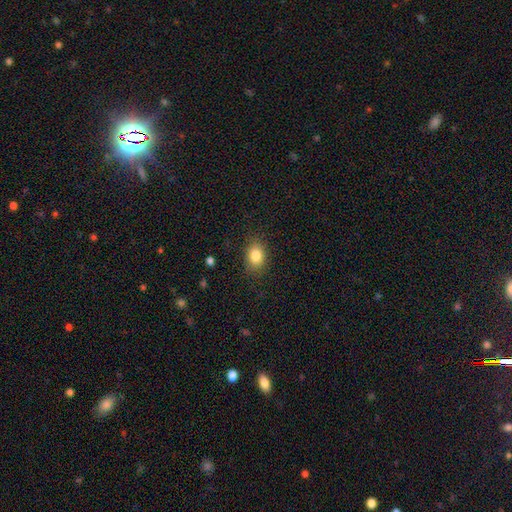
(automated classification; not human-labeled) Smooth or featured?
  - smooth: 84% *
  - star or artifact: 9%
  - featured or disk: 7%
How rounded?
  - in between: 69% *
  - round: 30%
  - cigar-shaped: 1%
Merging?
  - none: 84% *
  - minor disturbance: 11%
  - major disturbance: 3%
  - merger: 1%